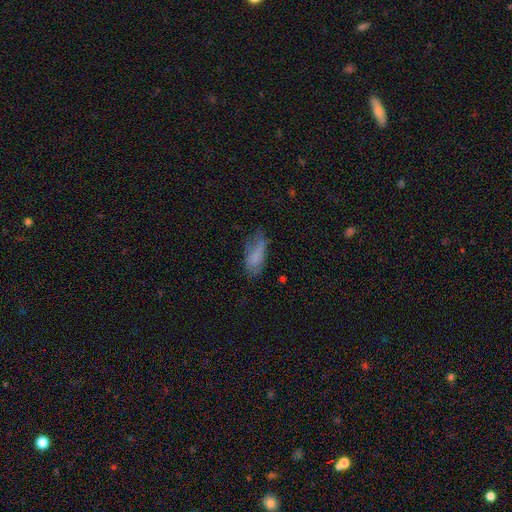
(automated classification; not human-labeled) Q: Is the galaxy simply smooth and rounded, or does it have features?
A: smooth — 72%.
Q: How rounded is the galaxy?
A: in between — 77%.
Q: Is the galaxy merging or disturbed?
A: none — 45%.